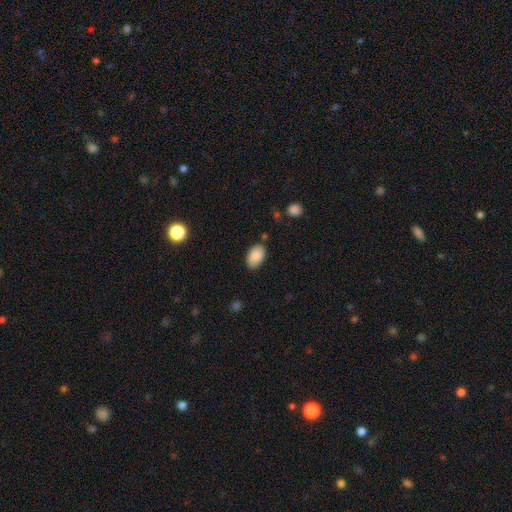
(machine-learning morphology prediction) Smooth or featured: smooth — 89% (star or artifact — 7%)
How rounded: in between — 91% (round — 7%)
Merging: none — 83% (minor disturbance — 13%)